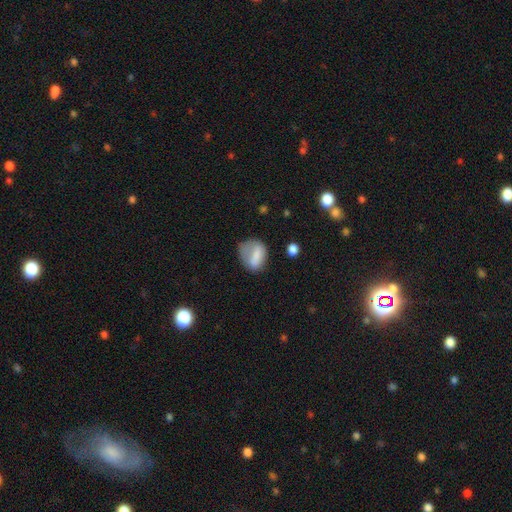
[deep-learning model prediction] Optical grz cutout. It shows a smooth galaxy with no disk features (72%) that is in between round and cigar-shaped (59%). Merging: none (46%).